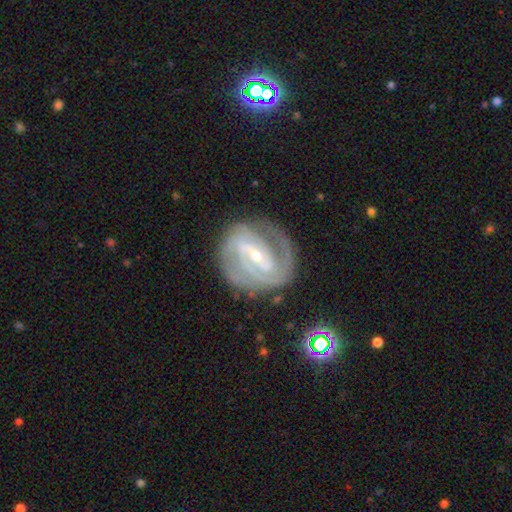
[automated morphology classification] Q: Smooth or featured?
A: featured or disk (89%); runner-up: smooth (6%)
Q: Edge-on disk?
A: no (97%); runner-up: yes (3%)
Q: Bar?
A: strong (48%); runner-up: weak (38%)
Q: Spiral arms?
A: yes (97%); runner-up: no (3%)
Q: Spiral winding?
A: tight (62%); runner-up: medium (32%)
Q: Spiral arm count?
A: 2 (53%); runner-up: 3 (20%)
Q: Bulge size?
A: small (69%); runner-up: moderate (28%)
Q: Merging?
A: none (76%); runner-up: minor disturbance (16%)